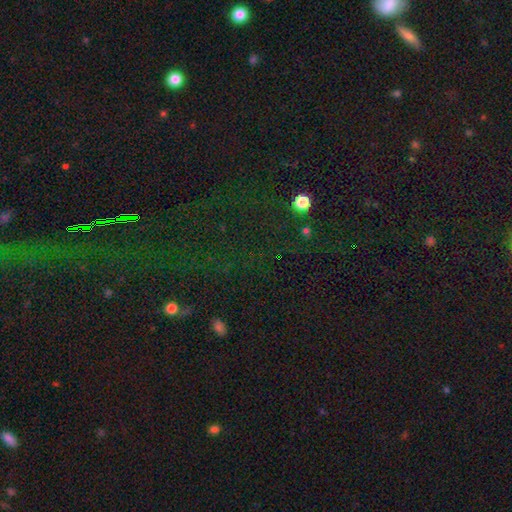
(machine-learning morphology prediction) A star or artifact, not a galaxy (77%).

Vote fractions:
- Smooth or featured? star or artifact: 77% / smooth: 15% / featured or disk: 8%